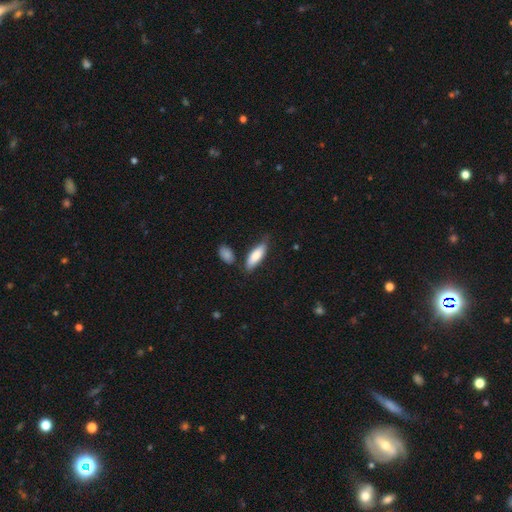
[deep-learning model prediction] A smooth galaxy with no disk features (81%) that is in between round and cigar-shaped (58%). Merging: none (71%).